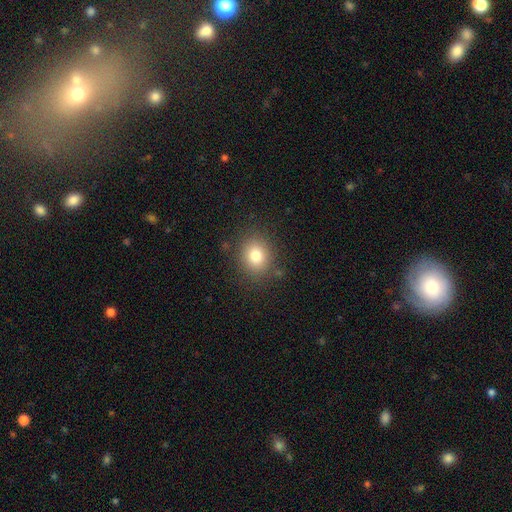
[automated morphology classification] Smooth or featured? smooth (80%)
How rounded? round (68%)
Merging? none (84%)